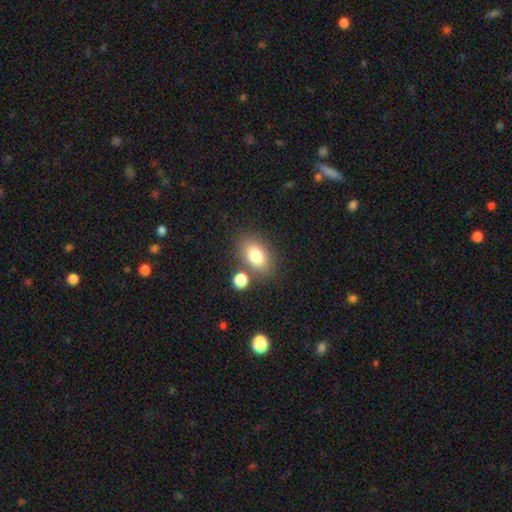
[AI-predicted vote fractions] This is likely a smooth galaxy (79%). How rounded: clearly in between (83%). Merging: likely none (72%).